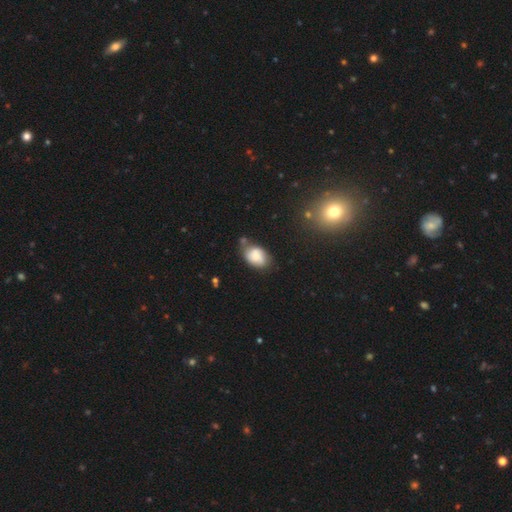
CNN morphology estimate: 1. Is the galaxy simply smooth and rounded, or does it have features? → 71% smooth, 20% featured or disk, 9% star or artifact.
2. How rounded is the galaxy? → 83% in between, 16% round, 1% cigar-shaped.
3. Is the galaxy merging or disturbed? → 52% none, 29% minor disturbance, 11% merger, 8% major disturbance.